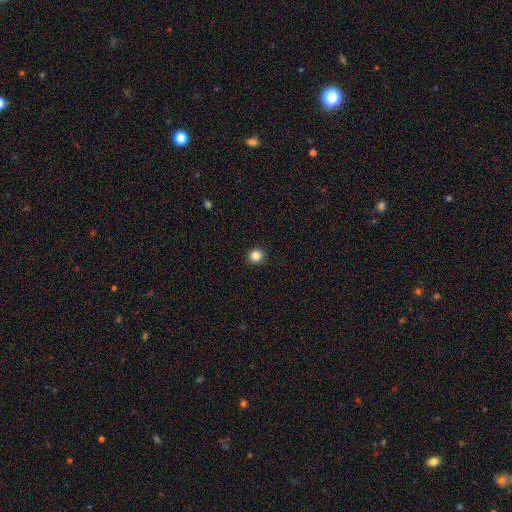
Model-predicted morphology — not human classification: smooth-or-featured: smooth: 85% | star or artifact: 11% | featured or disk: 4%
  how-rounded: round: 90% | in between: 10% | cigar-shaped: 1%
  merging: none: 92% | minor disturbance: 5% | major disturbance: 2% | merger: 1%